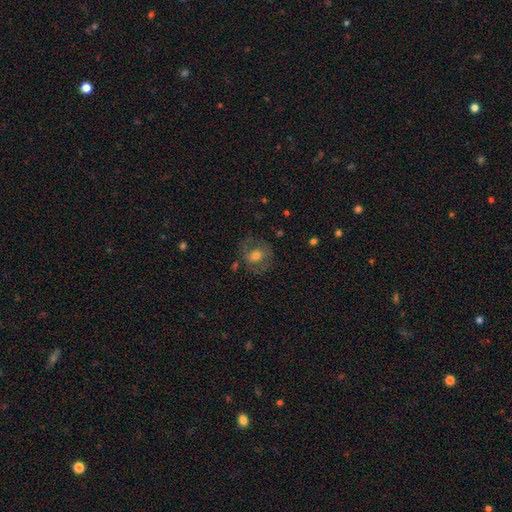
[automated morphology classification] smooth-or-featured: smooth: 51% | featured or disk: 39% | star or artifact: 10%
  how-rounded: round: 75% | in between: 24% | cigar-shaped: 1%
  merging: none: 70% | minor disturbance: 17% | major disturbance: 11% | merger: 2%